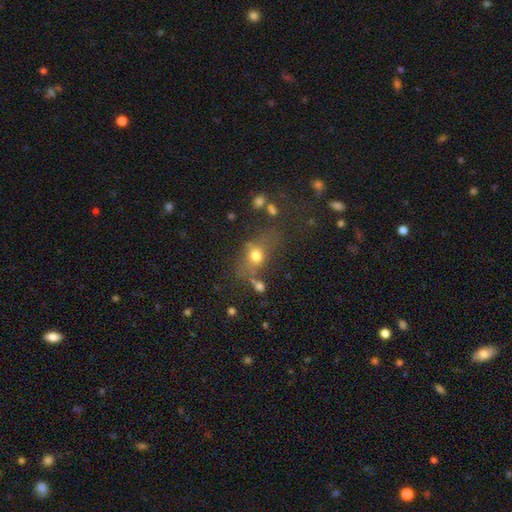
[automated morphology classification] Q: Smooth or featured?
A: smooth (68%); runner-up: star or artifact (17%)
Q: How rounded?
A: in between (50%); runner-up: round (45%)
Q: Merging?
A: none (51%); runner-up: minor disturbance (20%)